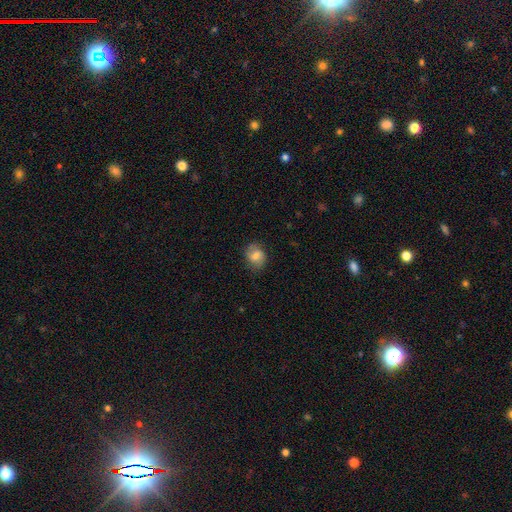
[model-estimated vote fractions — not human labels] Morphology: type=smooth (56%); roundness=round (50%); merging=none (74%).